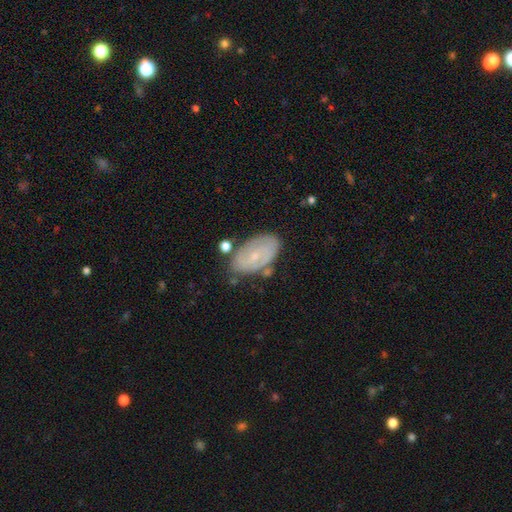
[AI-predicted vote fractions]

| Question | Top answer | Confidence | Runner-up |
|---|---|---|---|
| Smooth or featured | featured or disk | 58% | smooth (34%) |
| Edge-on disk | no | 94% | yes (6%) |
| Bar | no | 59% | weak (33%) |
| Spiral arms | yes | 64% | no (36%) |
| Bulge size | small | 72% | moderate (22%) |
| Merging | none | 65% | minor disturbance (22%) |